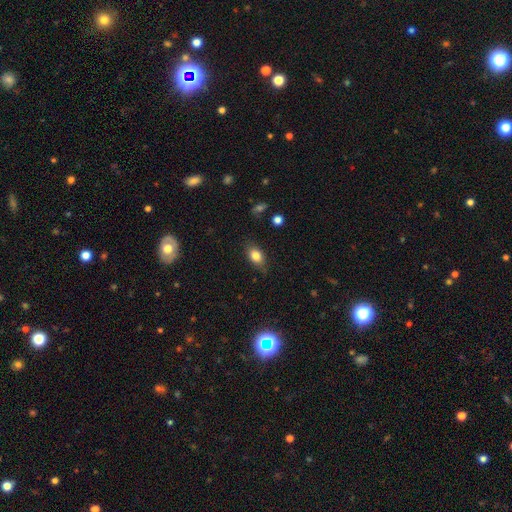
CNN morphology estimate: Smooth or featured: smooth — 81% (featured or disk — 9%)
How rounded: in between — 81% (round — 16%)
Merging: none — 77% (minor disturbance — 18%)